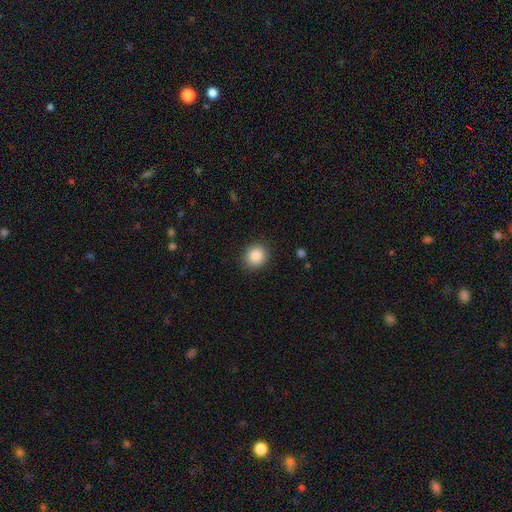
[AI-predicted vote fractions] A smooth galaxy with no disk features (86%) that is round (80%). Merging: none (89%).